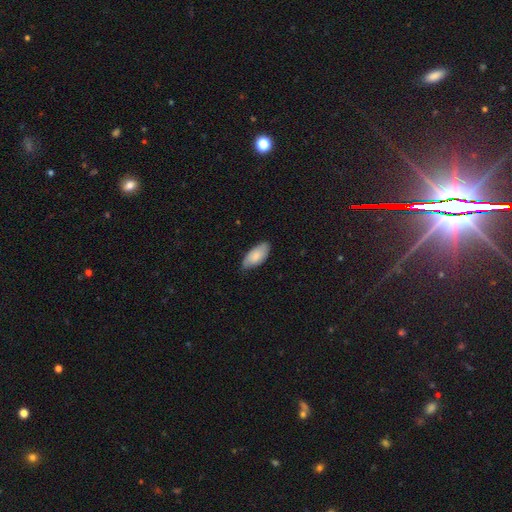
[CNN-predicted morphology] smooth_or_featured: smooth (p=0.79) [alt: featured or disk p=0.15]
how_rounded: in between (p=0.92) [alt: cigar-shaped p=0.06]
merging: none (p=0.70) [alt: minor disturbance p=0.26]